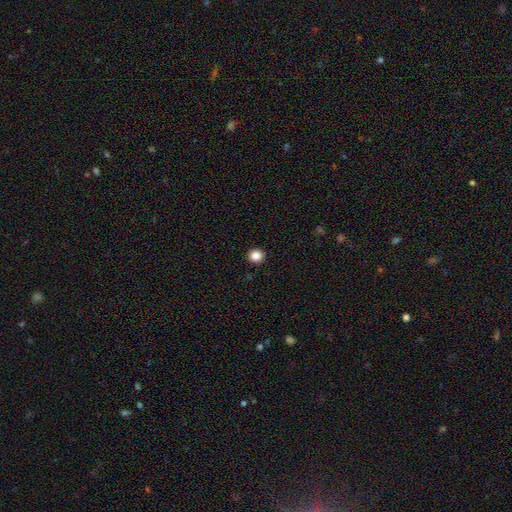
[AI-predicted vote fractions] smooth-or-featured: smooth: 85% | star or artifact: 11% | featured or disk: 4%
  how-rounded: round: 91% | in between: 8% | cigar-shaped: 1%
  merging: none: 93% | minor disturbance: 4% | major disturbance: 1% | merger: 1%